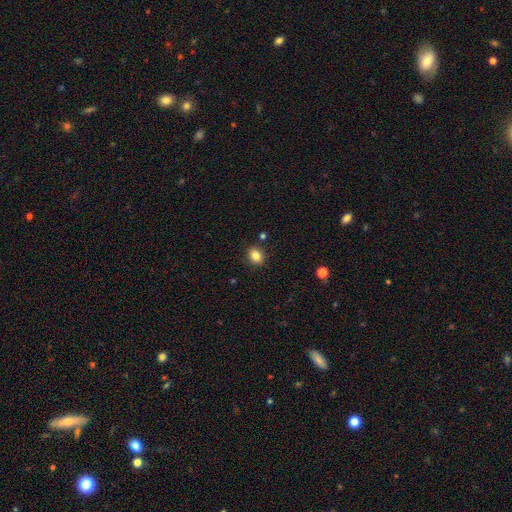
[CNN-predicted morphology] smooth_or_featured: smooth (p=0.84) [alt: star or artifact p=0.10]
how_rounded: in between (p=0.50) [alt: round p=0.49]
merging: none (p=0.87) [alt: minor disturbance p=0.08]